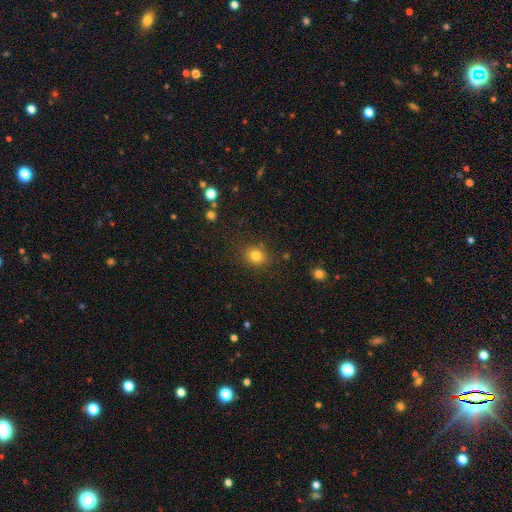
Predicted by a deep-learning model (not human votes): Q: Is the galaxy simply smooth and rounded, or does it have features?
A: smooth — 81%.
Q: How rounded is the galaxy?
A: round — 75%.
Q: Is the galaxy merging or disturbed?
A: none — 85%.